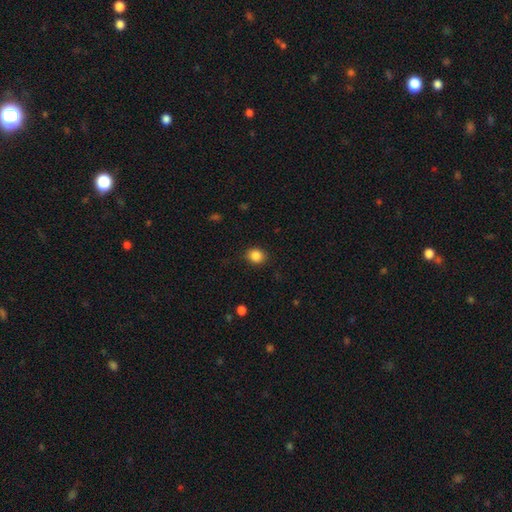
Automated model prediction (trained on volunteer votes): Overall: smooth (86%). How rounded: round (72%). Merging: none (89%).